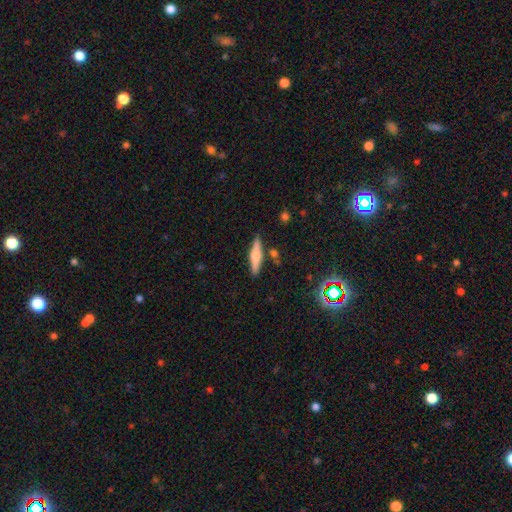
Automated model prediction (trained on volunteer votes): A smooth galaxy with no disk features (47%).

Vote fractions:
- Smooth or featured? smooth: 47% / featured or disk: 46% / star or artifact: 7%
- Merging? none: 84% / minor disturbance: 9% / merger: 5% / major disturbance: 2%